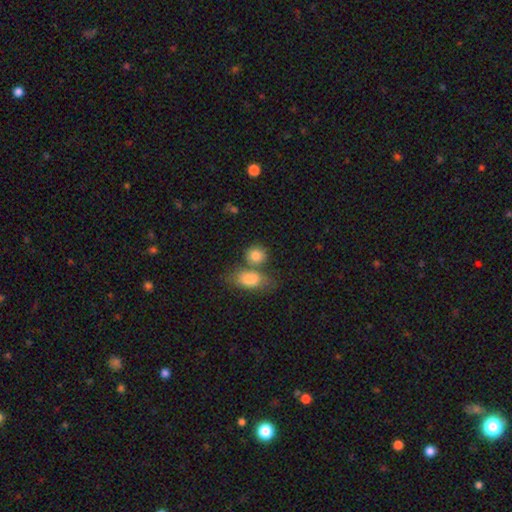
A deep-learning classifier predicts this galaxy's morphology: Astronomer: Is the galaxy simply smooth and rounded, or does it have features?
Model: smooth — 83%.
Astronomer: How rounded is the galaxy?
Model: round — 67%.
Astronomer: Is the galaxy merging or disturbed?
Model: none — 52% (runner-up: merger, 32%).